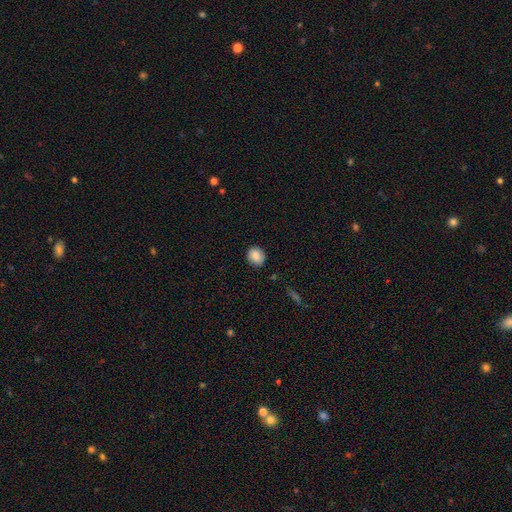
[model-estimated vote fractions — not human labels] smooth_or_featured: smooth (p=0.83) [alt: featured or disk p=0.09]
how_rounded: round (p=0.69) [alt: in between p=0.30]
merging: none (p=0.86) [alt: minor disturbance p=0.11]